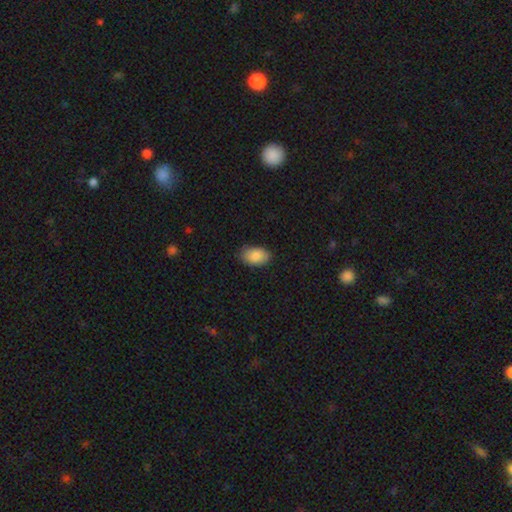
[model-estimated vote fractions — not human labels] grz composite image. It shows a smooth galaxy with no disk features (87%) that is in between round and cigar-shaped (91%). Merging: none (83%).